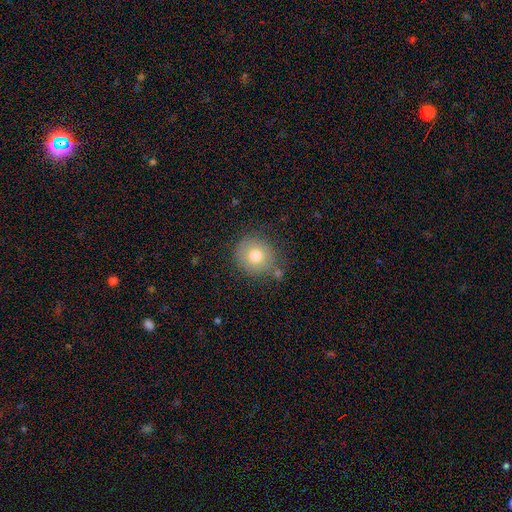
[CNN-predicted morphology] Smooth or featured? Predicted: smooth (p=0.76). How rounded? Predicted: round (p=0.89). Merging? Predicted: none (p=0.76).